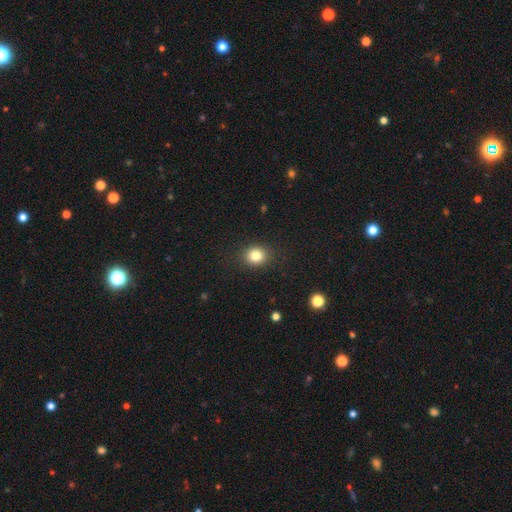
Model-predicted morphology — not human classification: Smooth or featured?
  - smooth: 82% *
  - star or artifact: 12%
  - featured or disk: 6%
How rounded?
  - round: 74% *
  - in between: 26%
  - cigar-shaped: 1%
Merging?
  - none: 88% *
  - minor disturbance: 8%
  - major disturbance: 3%
  - merger: 1%